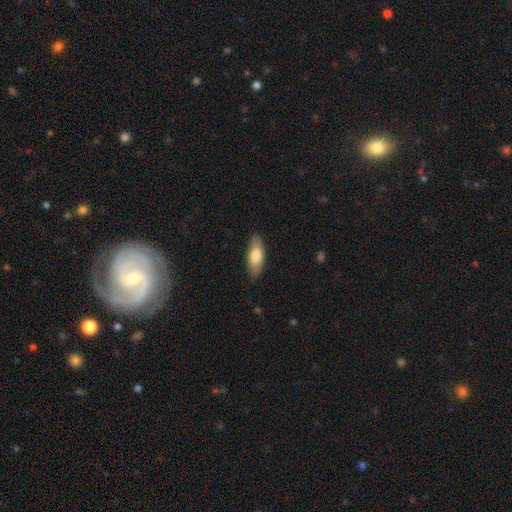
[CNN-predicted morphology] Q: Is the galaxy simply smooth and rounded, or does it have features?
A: smooth — 75%.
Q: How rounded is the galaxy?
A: in between — 74%.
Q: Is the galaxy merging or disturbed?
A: none — 86%.